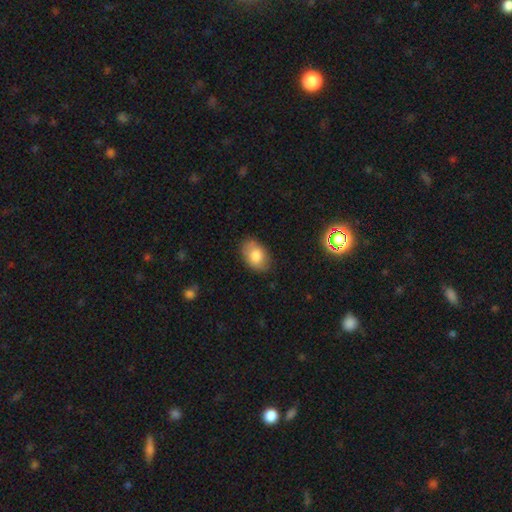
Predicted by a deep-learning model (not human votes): This appears to be a smooth galaxy with no disk features (79%) that is in between round and cigar-shaped (86%). Merging: none (79%).